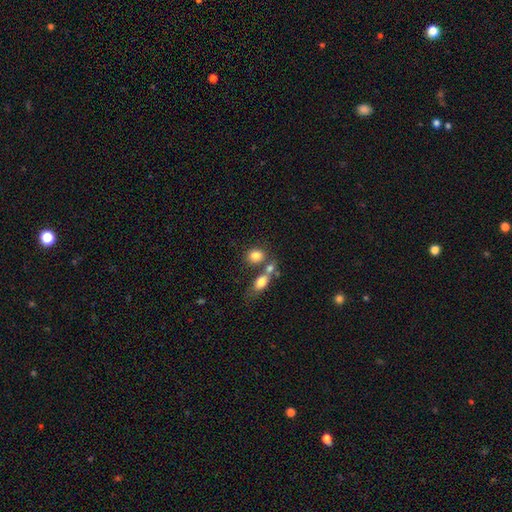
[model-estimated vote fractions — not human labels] This appears to be a smooth galaxy with no disk features (81%) that is round (56%). Merging: none (50%).